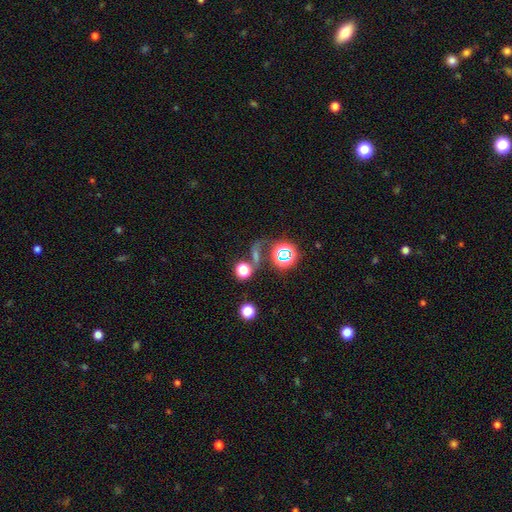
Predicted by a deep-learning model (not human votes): The model was most divided on "smooth or featured": star or artifact: 55%, smooth: 29%, featured or disk: 16%.